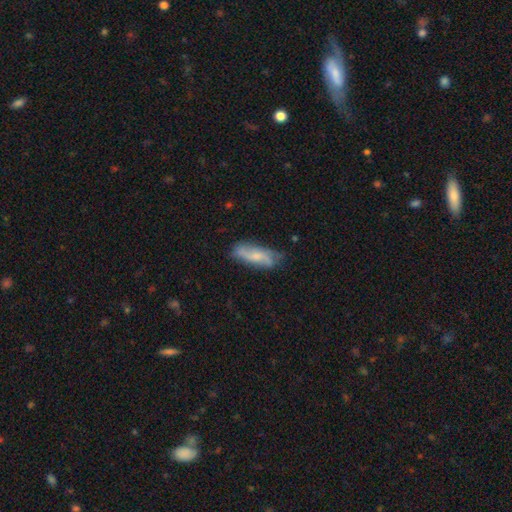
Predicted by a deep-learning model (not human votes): Overall: featured or disk (48%; smooth 44%). Merging: none (65%).